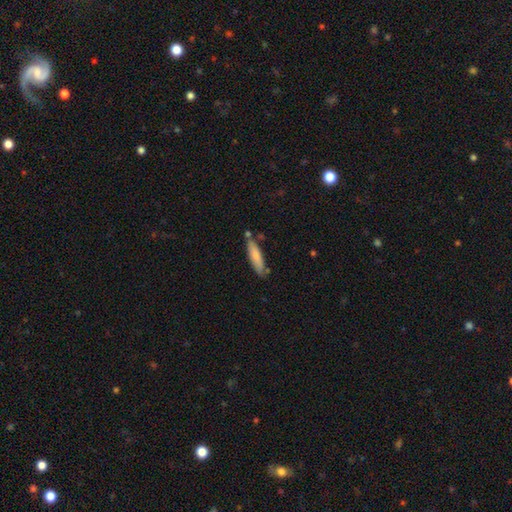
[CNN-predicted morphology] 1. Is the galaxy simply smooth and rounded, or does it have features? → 78% smooth, 16% featured or disk, 5% star or artifact.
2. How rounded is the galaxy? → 74% cigar-shaped, 25% in between, 1% round.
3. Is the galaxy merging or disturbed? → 72% none, 17% minor disturbance, 8% merger, 3% major disturbance.